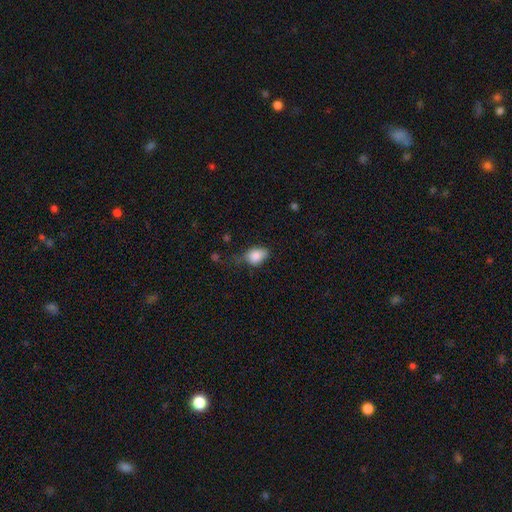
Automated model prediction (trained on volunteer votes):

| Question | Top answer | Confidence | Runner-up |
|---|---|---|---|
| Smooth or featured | smooth | 85% | star or artifact (8%) |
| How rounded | in between | 78% | round (20%) |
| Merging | none | 49% | minor disturbance (35%) |